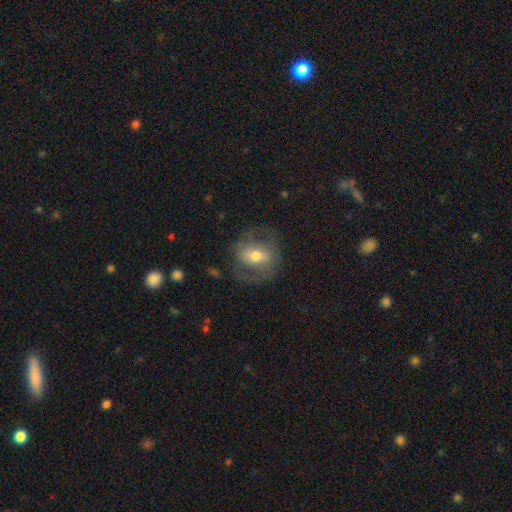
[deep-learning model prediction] smooth-or-featured: featured or disk: 56% | smooth: 36% | star or artifact: 8%
  disk-edge-on: no: 94% | yes: 6%
    bar: weak: 37% | strong: 32% | no: 31%
    has-spiral-arms: yes: 60% | no: 40%
    bulge-size: moderate: 65% | small: 25% | large: 8% | none: 1% | dominant: 1%
  merging: none: 68% | minor disturbance: 17% | major disturbance: 14% | merger: 1%